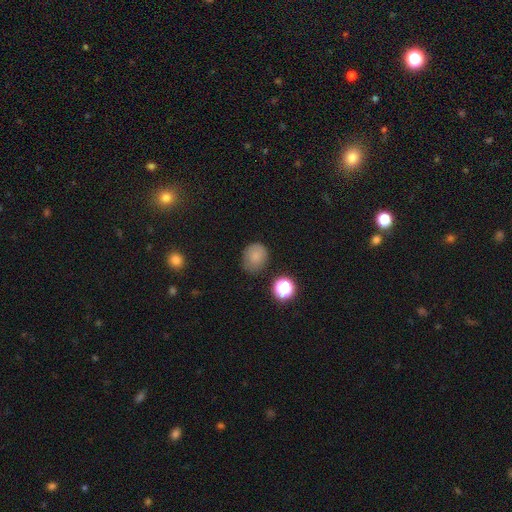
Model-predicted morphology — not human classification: A smooth galaxy with no disk features (79%) that is round (65%).

Vote fractions:
- Smooth or featured? smooth: 79% / star or artifact: 13% / featured or disk: 8%
- How rounded? round: 65% / in between: 34% / cigar-shaped: 1%
- Merging? none: 72% / minor disturbance: 20% / major disturbance: 5% / merger: 3%